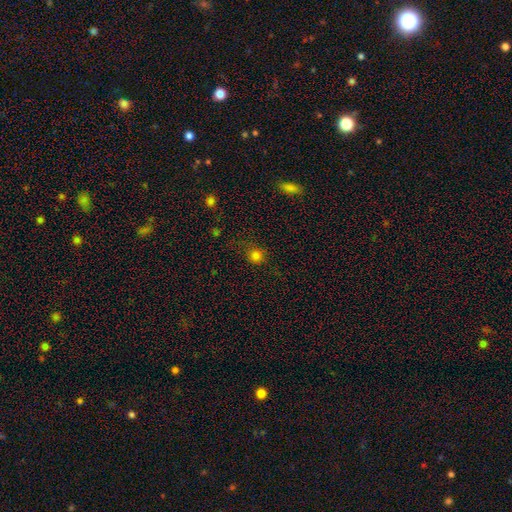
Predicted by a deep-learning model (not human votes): smooth_or_featured: smooth (p=0.78) [alt: star or artifact p=0.17]
how_rounded: round (p=0.89) [alt: in between p=0.10]
merging: none (p=0.74) [alt: minor disturbance p=0.15]